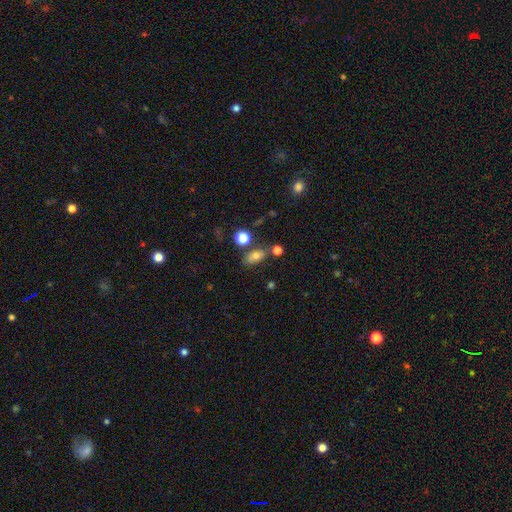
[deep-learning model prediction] Smooth or featured?
  - smooth: 68% *
  - featured or disk: 17%
  - star or artifact: 14%
How rounded?
  - in between: 75% *
  - round: 19%
  - cigar-shaped: 6%
Merging?
  - none: 66% *
  - minor disturbance: 17%
  - merger: 12%
  - major disturbance: 6%